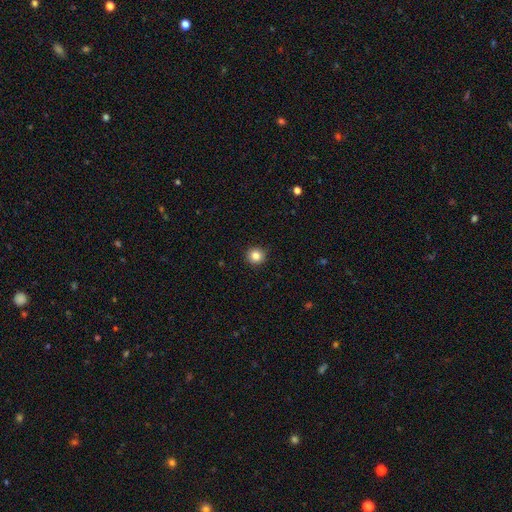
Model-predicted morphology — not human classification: Smooth or featured? Predicted: smooth (p=0.84). How rounded? Predicted: round (p=0.94). Merging? Predicted: none (p=0.93).